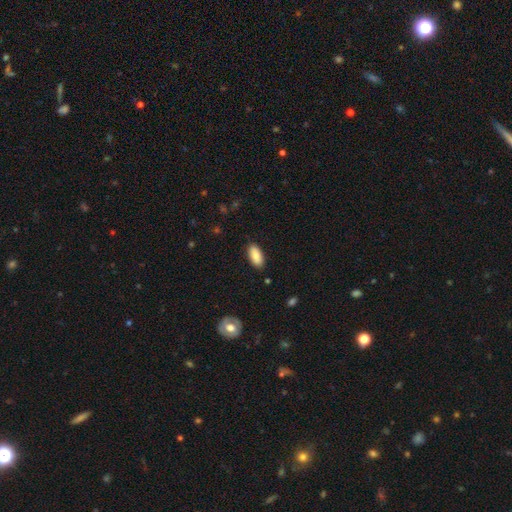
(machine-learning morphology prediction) The model was most divided on "merging": none: 88%, minor disturbance: 9%, major disturbance: 2%, merger: 1%. More confident: how rounded — in between (89%); smooth or featured — smooth (86%).